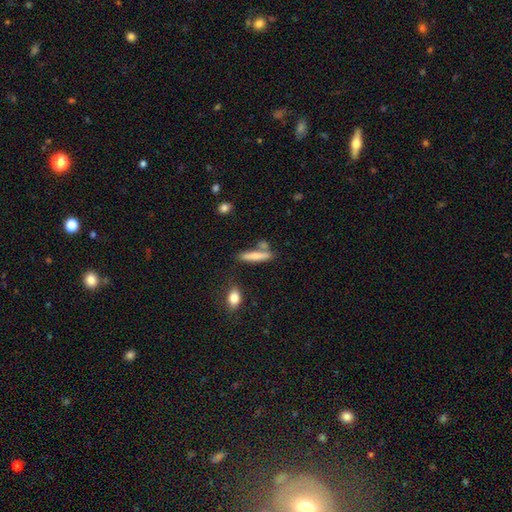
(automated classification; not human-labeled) Smooth or featured? Predicted: smooth (p=0.72). How rounded? Predicted: cigar-shaped (p=0.83). Merging? Predicted: none (p=0.67).